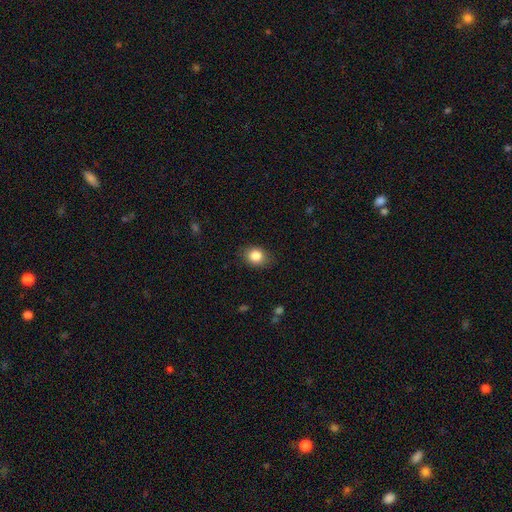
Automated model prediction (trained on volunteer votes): Smooth or featured? Predicted: smooth (p=0.85). How rounded? Predicted: round (p=0.50). Merging? Predicted: none (p=0.83).